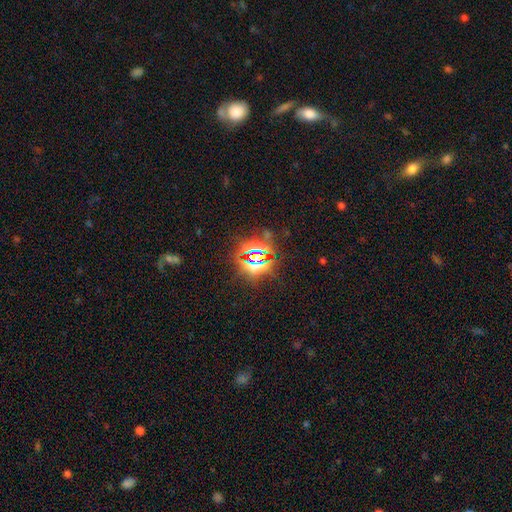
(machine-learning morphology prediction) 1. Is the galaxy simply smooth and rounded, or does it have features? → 79% star or artifact, 12% smooth, 9% featured or disk.